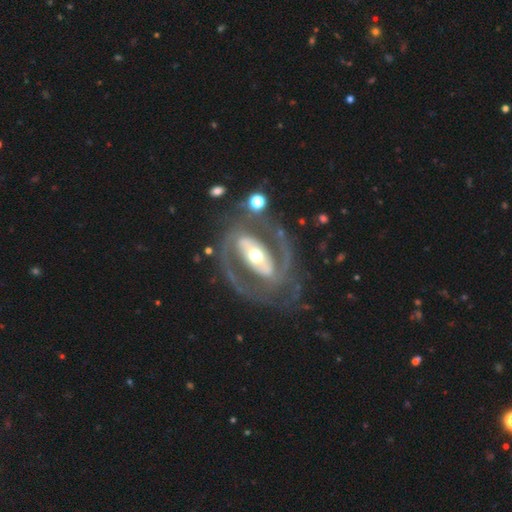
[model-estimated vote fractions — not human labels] The model was most divided on "spiral winding": medium: 48%, tight: 36%, loose: 16%. More confident: edge-on disk — no (95%); smooth or featured — featured or disk (89%); spiral arms — yes (88%); spiral arm count — 2 (86%); merging — none (69%); bulge size — moderate (60%); bar — strong (57%).